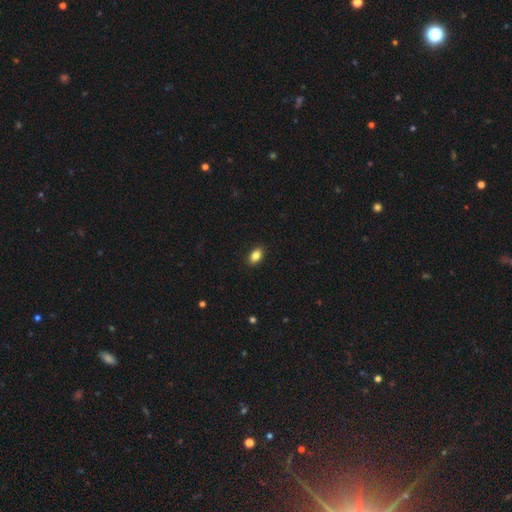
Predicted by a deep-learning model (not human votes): A smooth galaxy with no disk features (85%) that is in between round and cigar-shaped (87%). Merging: none (90%).